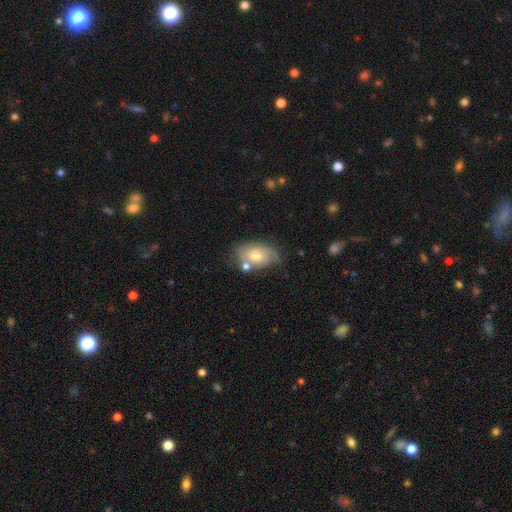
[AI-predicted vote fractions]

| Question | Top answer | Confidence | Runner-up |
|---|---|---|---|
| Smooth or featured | smooth | 56% | featured or disk (37%) |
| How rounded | in between | 85% | round (13%) |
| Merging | none | 54% | minor disturbance (24%) |